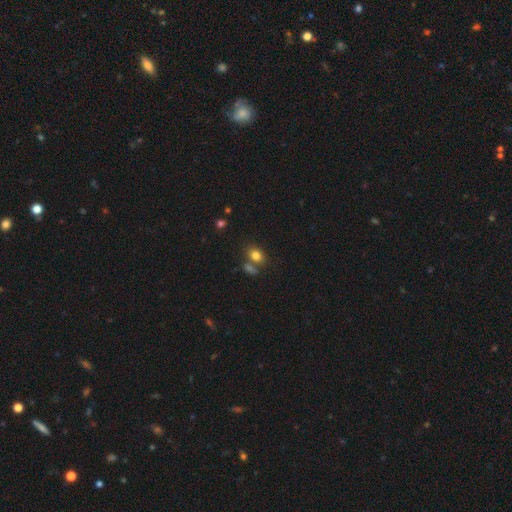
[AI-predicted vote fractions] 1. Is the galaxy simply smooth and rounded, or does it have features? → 80% smooth, 12% star or artifact, 8% featured or disk.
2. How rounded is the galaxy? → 67% in between, 31% round, 2% cigar-shaped.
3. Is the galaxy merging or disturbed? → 57% none, 25% merger, 13% minor disturbance, 5% major disturbance.